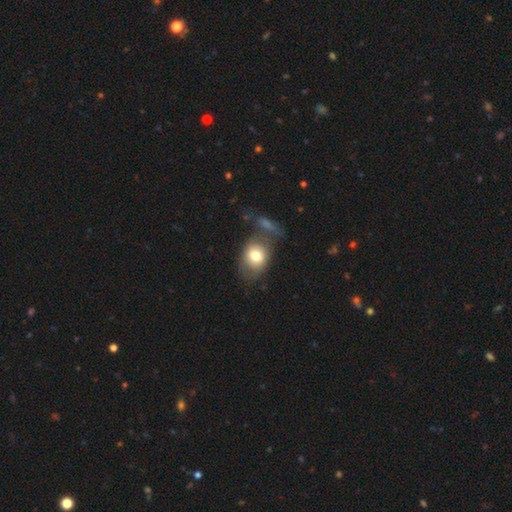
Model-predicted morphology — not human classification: A smooth galaxy with no disk features (74%) that is in between round and cigar-shaped (59%). Merging: none (49%).